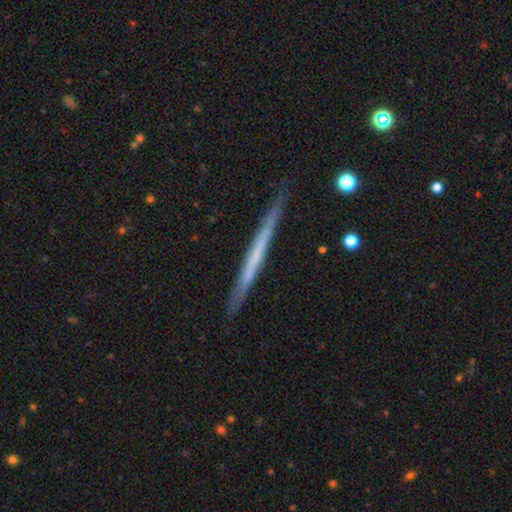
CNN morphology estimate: This is possibly a featured or disk galaxy (56%). It is clearly viewed edge-on (97%). Edge-on bulge: clearly none (92%). Merging: clearly none (88%).